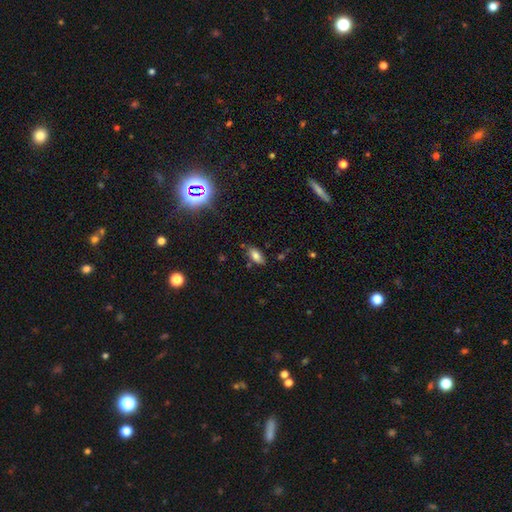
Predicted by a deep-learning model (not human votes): Smooth or featured? smooth (79%)
How rounded? in between (88%)
Merging? none (78%)